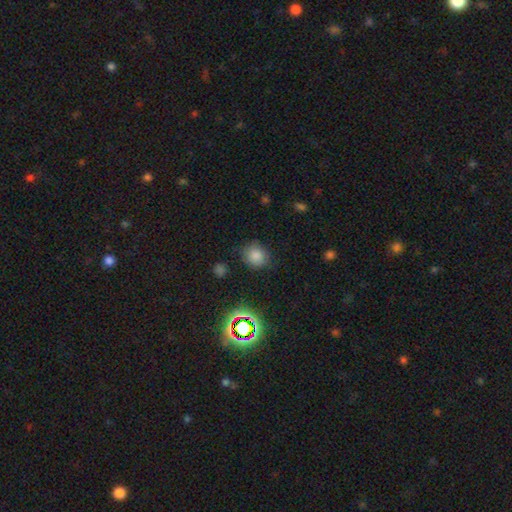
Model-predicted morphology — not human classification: Smooth or featured? smooth (78%)
How rounded? round (80%)
Merging? none (80%)